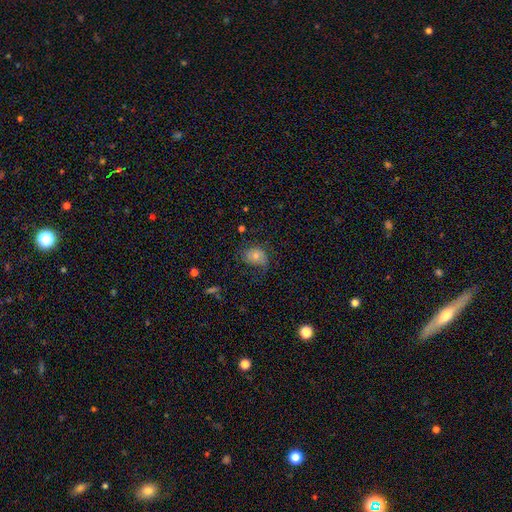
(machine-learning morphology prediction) A smooth galaxy with no disk features (53%) that is in between round and cigar-shaped (56%). Merging: none (49%).